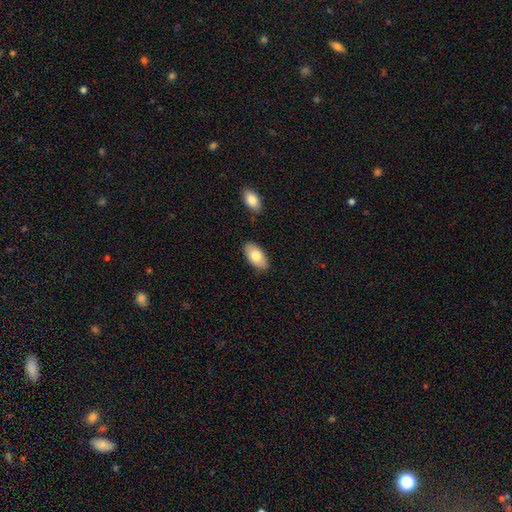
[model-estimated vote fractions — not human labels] Smooth or featured? smooth (78%)
How rounded? in between (95%)
Merging? none (85%)